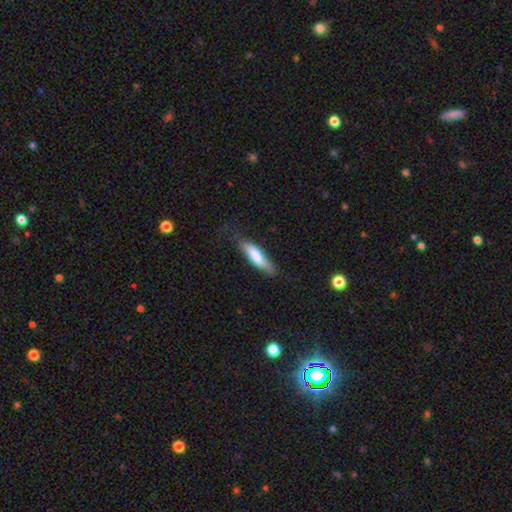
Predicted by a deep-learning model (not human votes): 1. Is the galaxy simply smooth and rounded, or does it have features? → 70% smooth, 24% featured or disk, 5% star or artifact.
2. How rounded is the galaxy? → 64% cigar-shaped, 35% in between, 2% round.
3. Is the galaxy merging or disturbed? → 65% none, 25% minor disturbance, 8% major disturbance, 2% merger.